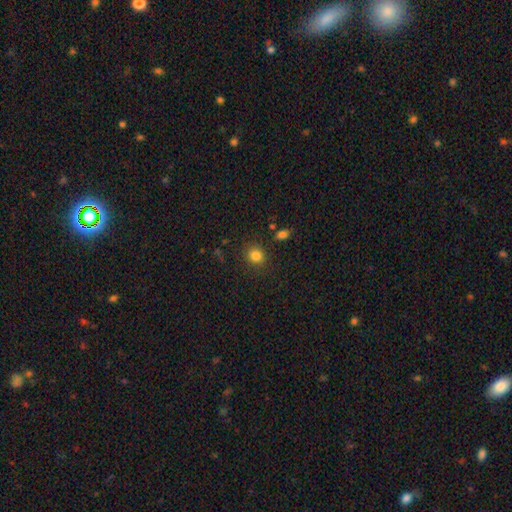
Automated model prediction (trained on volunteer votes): Overall: smooth (84%). How rounded: round (77%). Merging: none (85%).